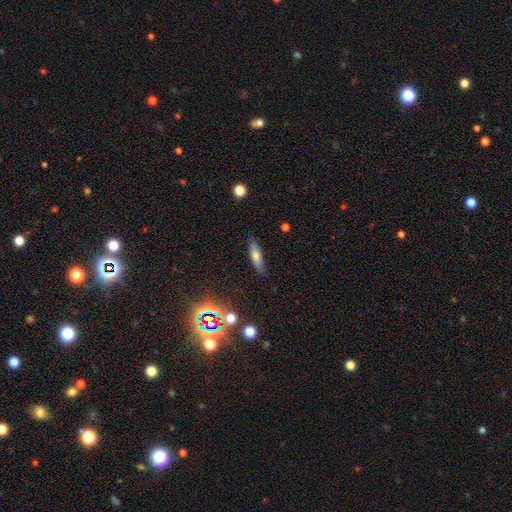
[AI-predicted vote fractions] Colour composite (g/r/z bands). It shows a smooth galaxy with no disk features (66%) that is cigar-shaped (63%). Merging: none (85%).